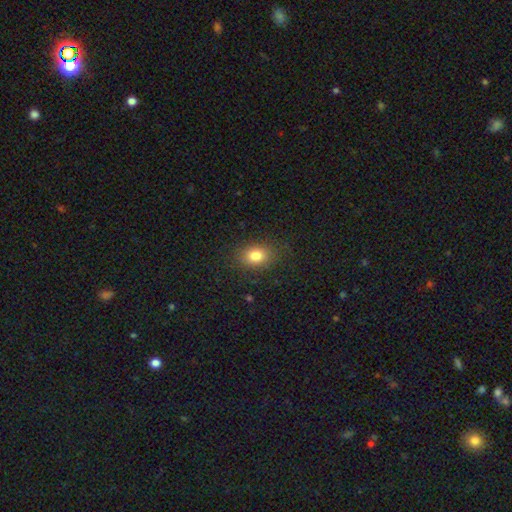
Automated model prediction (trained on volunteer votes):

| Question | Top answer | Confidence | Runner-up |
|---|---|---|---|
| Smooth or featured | smooth | 81% | star or artifact (11%) |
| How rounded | in between | 64% | round (34%) |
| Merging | none | 85% | minor disturbance (11%) |